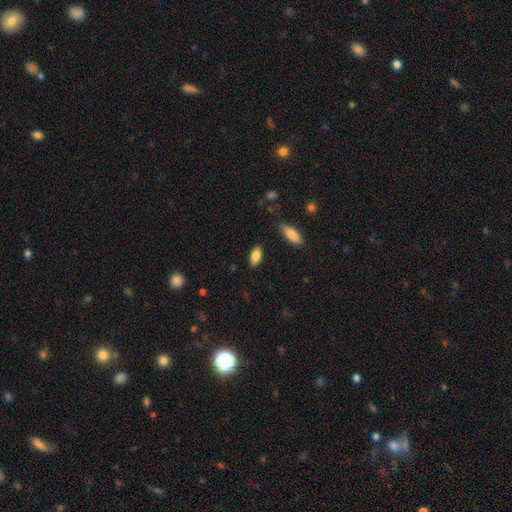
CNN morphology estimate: Smooth or featured? Predicted: smooth (p=0.84). How rounded? Predicted: in between (p=0.89). Merging? Predicted: none (p=0.85).